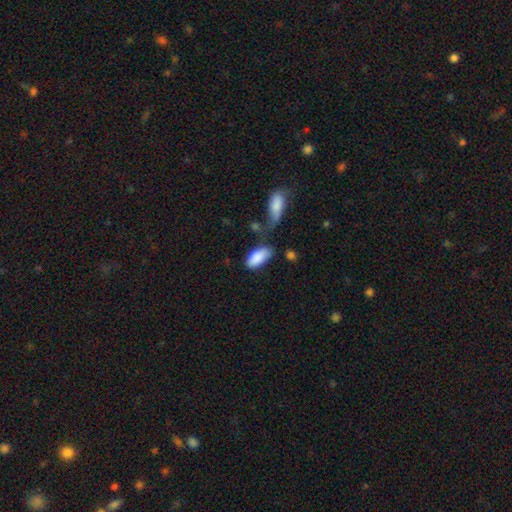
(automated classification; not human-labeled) Morphology: type=smooth (87%); roundness=in between (92%); merging=none (48%).